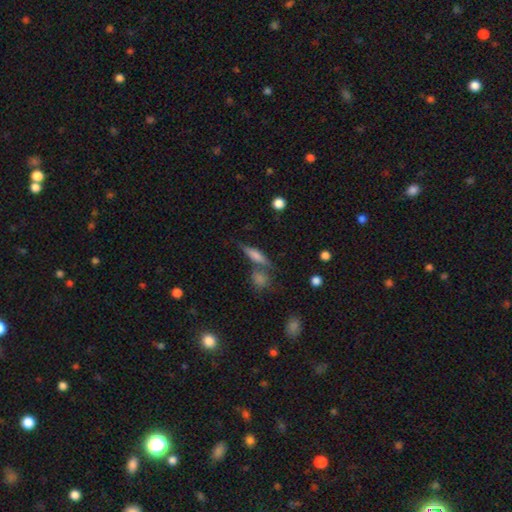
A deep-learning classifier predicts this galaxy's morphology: smooth_or_featured: smooth (p=0.54) [alt: featured or disk p=0.36]
how_rounded: cigar-shaped (p=0.69) [alt: in between p=0.25]
merging: none (p=0.61) [alt: merger p=0.22]